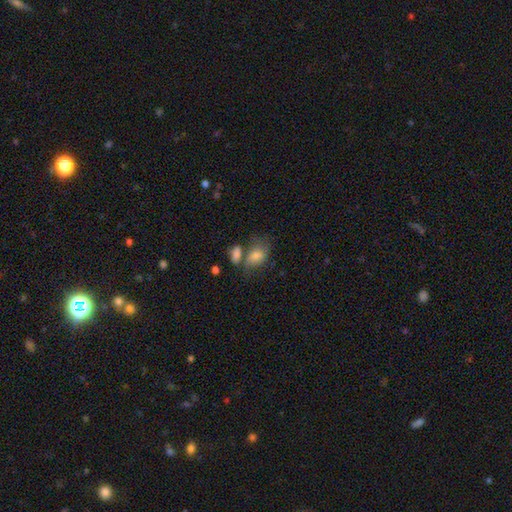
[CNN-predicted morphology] Overall: smooth (73%). How rounded: in between (79%). Merging: none (40%; merger 31%).